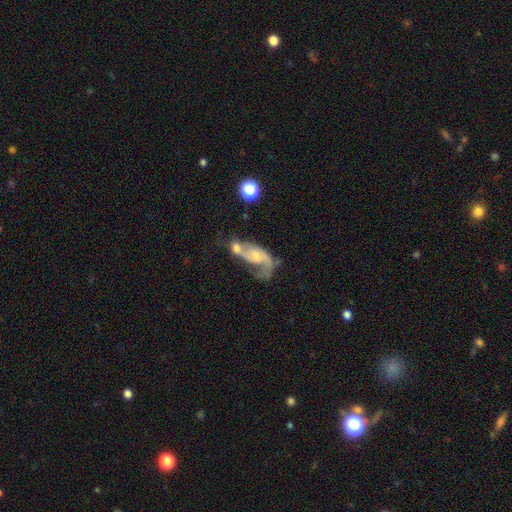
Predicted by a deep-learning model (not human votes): A featured or disk galaxy (69%) with no bar (64%), 2 (58%) loose (59%) spiral arms (82%) and a small central bulge (45%). Merging: merger (46%).